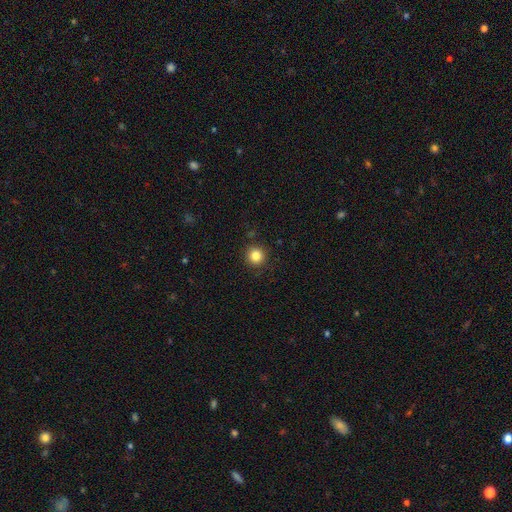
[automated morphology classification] Overall: smooth (84%). How rounded: round (94%). Merging: none (91%).